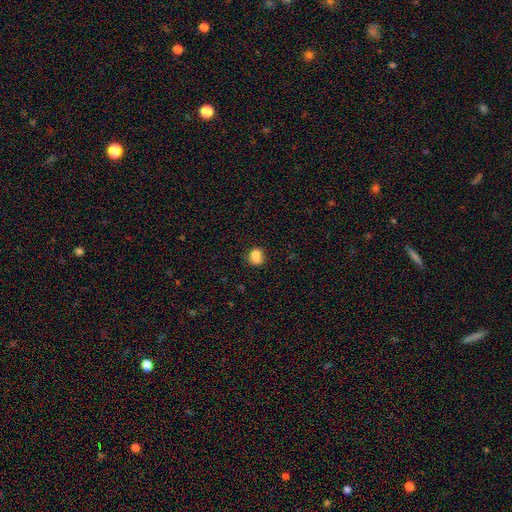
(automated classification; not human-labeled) The model was most divided on "merging": none: 53%, minor disturbance: 21%, merger: 18%, major disturbance: 7%. More confident: smooth or featured — smooth (79%); how rounded — round (67%).